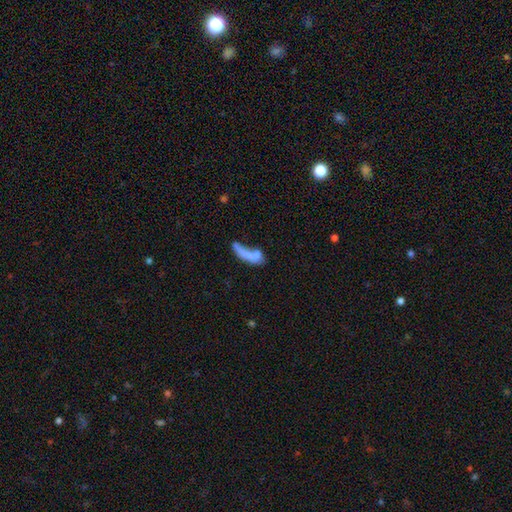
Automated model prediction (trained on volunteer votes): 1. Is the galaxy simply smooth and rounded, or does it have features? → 63% smooth, 27% featured or disk, 10% star or artifact.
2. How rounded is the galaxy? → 51% in between, 41% cigar-shaped, 8% round.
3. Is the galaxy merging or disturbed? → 37% merger, 26% major disturbance, 22% none, 14% minor disturbance.